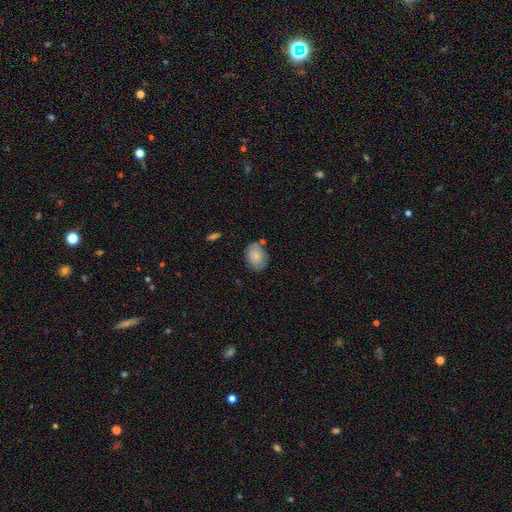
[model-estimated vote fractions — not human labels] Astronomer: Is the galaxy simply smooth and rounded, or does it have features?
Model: smooth — 79%.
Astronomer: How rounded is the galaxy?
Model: in between — 67%.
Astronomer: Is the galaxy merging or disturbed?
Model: none — 72%.